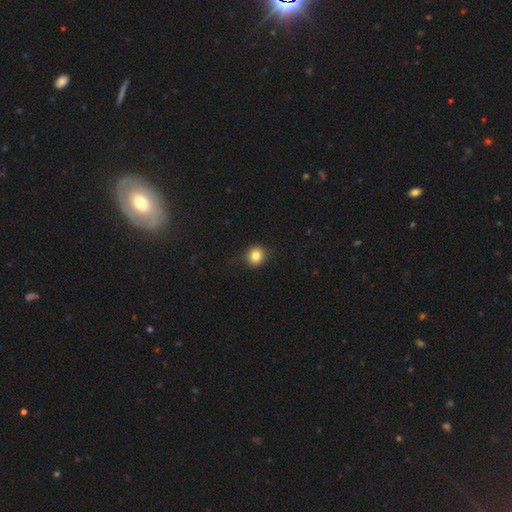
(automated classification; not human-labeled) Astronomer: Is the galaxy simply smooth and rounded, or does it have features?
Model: smooth — 82%.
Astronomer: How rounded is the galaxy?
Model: round — 89%.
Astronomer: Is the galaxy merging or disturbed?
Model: none — 85%.